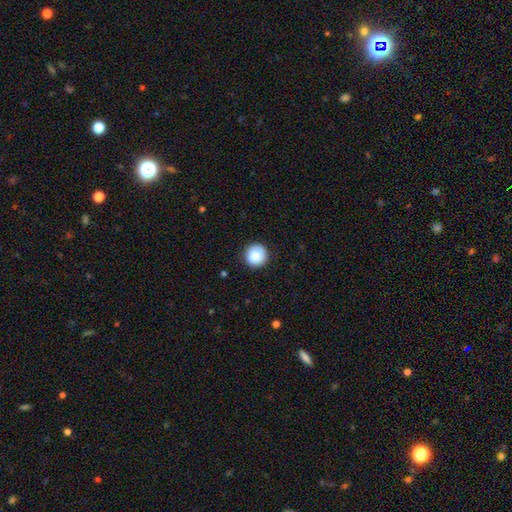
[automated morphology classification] Smooth or featured?
  - smooth: 88% *
  - star or artifact: 8%
  - featured or disk: 5%
How rounded?
  - round: 95% *
  - in between: 4%
  - cigar-shaped: 1%
Merging?
  - none: 90% *
  - minor disturbance: 7%
  - major disturbance: 2%
  - merger: 1%